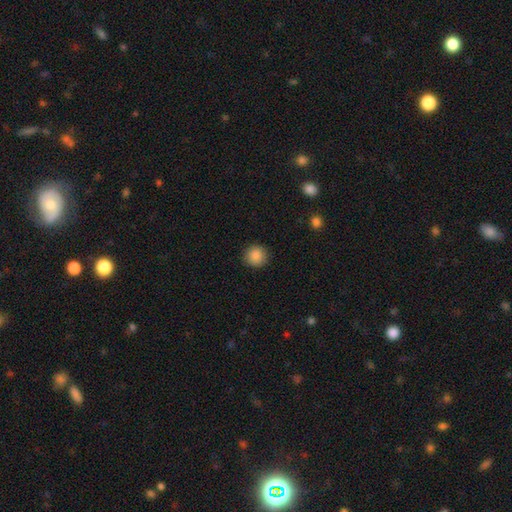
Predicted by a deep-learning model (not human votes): Smooth or featured: smooth — 87% (star or artifact — 9%)
How rounded: round — 94% (in between — 5%)
Merging: none — 91% (minor disturbance — 6%)